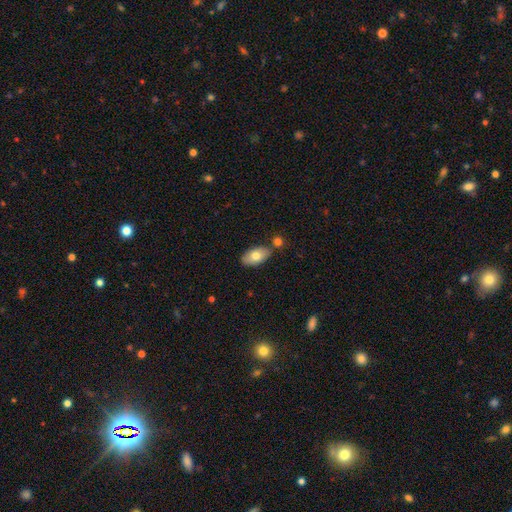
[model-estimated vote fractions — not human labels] Smooth or featured? smooth (75%)
How rounded? in between (93%)
Merging? none (74%)